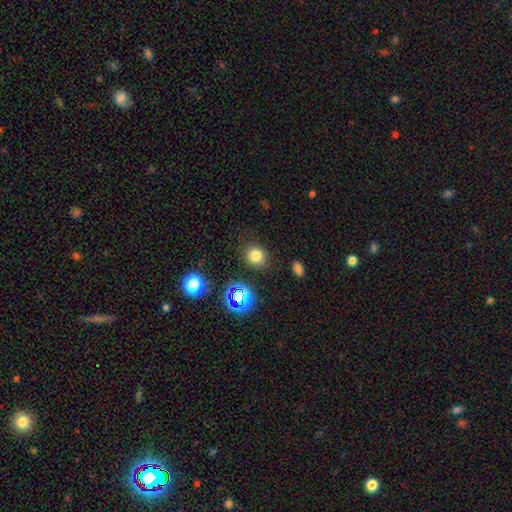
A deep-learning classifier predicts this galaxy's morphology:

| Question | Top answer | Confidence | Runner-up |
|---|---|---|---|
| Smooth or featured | smooth | 76% | star or artifact (18%) |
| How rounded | round | 77% | in between (22%) |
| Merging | none | 85% | minor disturbance (9%) |